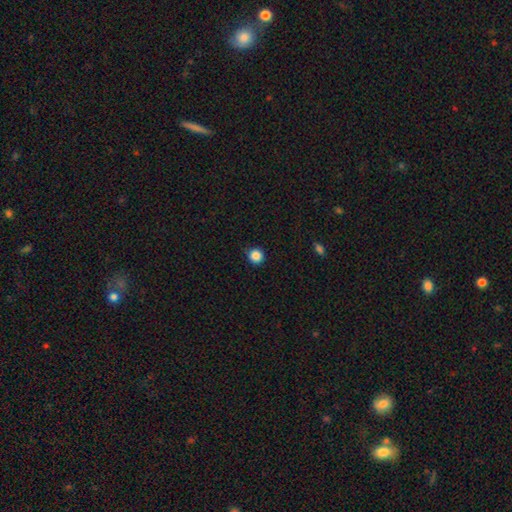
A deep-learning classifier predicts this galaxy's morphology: Smooth or featured: smooth — 86% (star or artifact — 11%)
How rounded: round — 95% (in between — 4%)
Merging: none — 88% (minor disturbance — 9%)